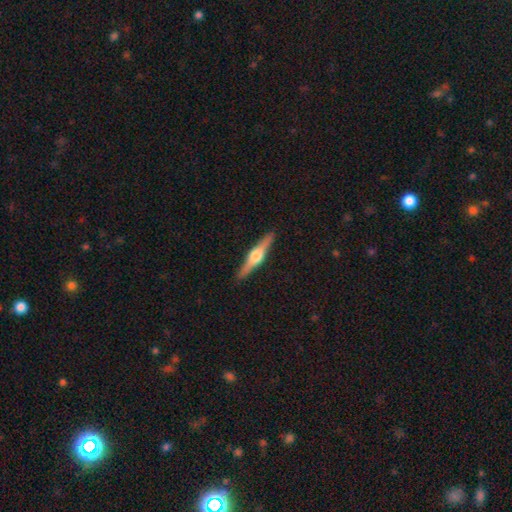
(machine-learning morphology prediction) Smooth or featured: featured or disk — 75% (smooth — 20%)
Edge-on disk: yes — 98% (no — 2%)
Edge-on bulge: rounded — 93% (boxy — 5%)
Merging: none — 91% (minor disturbance — 7%)